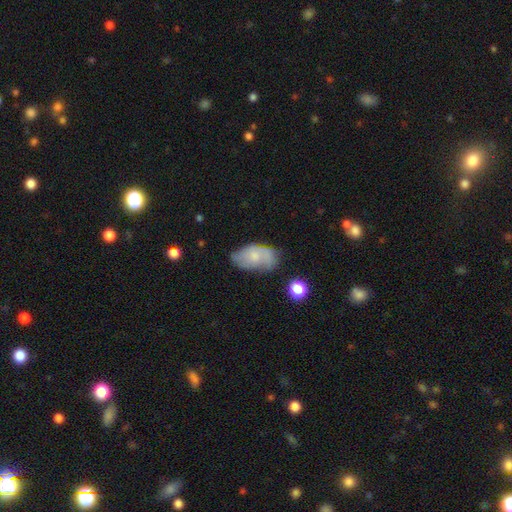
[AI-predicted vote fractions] Q: Smooth or featured?
A: smooth (56%); runner-up: featured or disk (36%)
Q: How rounded?
A: in between (92%); runner-up: round (5%)
Q: Merging?
A: none (50%); runner-up: minor disturbance (33%)